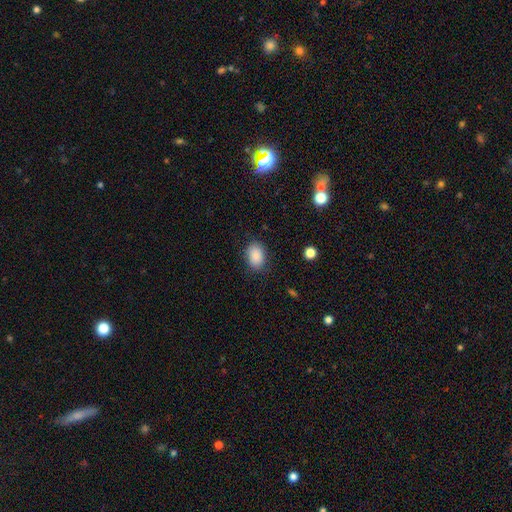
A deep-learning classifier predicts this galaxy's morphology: smooth_or_featured: smooth (p=0.88) [alt: star or artifact p=0.08]
how_rounded: in between (p=0.82) [alt: round p=0.16]
merging: none (p=0.82) [alt: minor disturbance p=0.13]